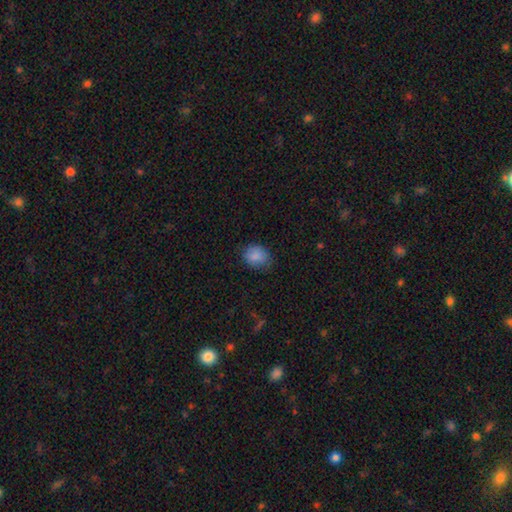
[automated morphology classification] Overall: smooth (87%). How rounded: in between (50%, tied with round). Merging: none (75%).